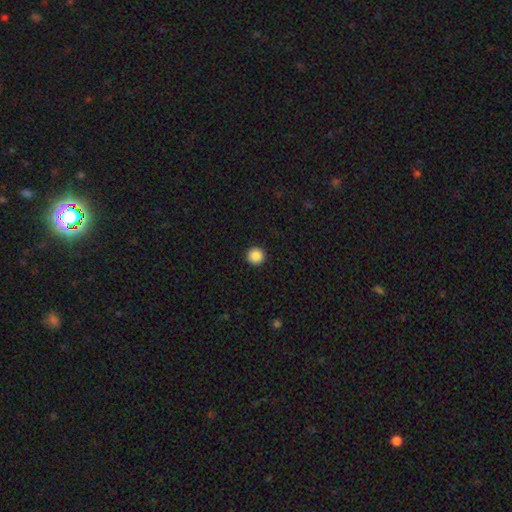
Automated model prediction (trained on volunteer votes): smooth-or-featured: smooth: 88% | star or artifact: 9% | featured or disk: 3%
  how-rounded: round: 96% | in between: 3% | cigar-shaped: 1%
  merging: none: 93% | minor disturbance: 4% | major disturbance: 2% | merger: 1%